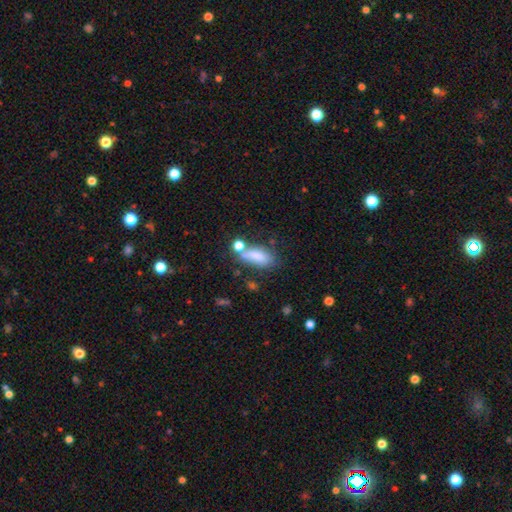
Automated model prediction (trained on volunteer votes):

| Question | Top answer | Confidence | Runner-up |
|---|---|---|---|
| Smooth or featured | smooth | 76% | featured or disk (14%) |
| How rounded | in between | 74% | cigar-shaped (21%) |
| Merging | none | 46% | merger (22%) |